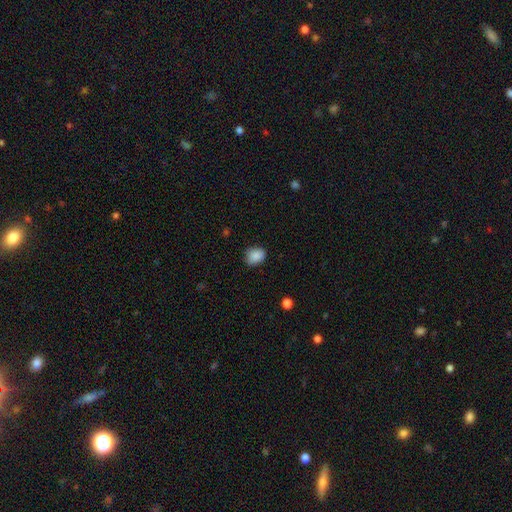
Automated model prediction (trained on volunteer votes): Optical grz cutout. It shows a smooth galaxy with no disk features (88%) that is in between round and cigar-shaped (52%). Merging: none (74%).